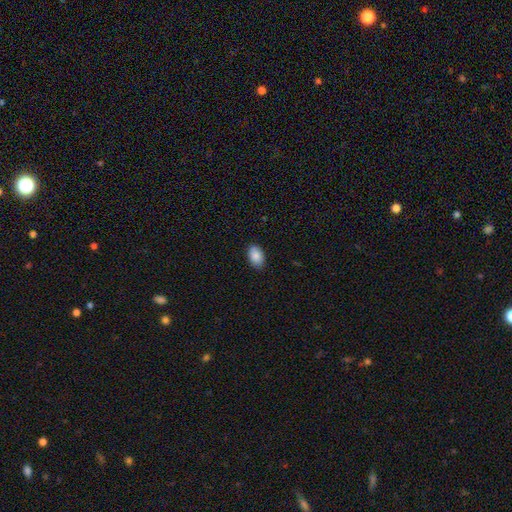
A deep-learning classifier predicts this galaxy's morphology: Smooth or featured?
  - smooth: 87% *
  - star or artifact: 7%
  - featured or disk: 6%
How rounded?
  - in between: 92% *
  - round: 6%
  - cigar-shaped: 1%
Merging?
  - none: 87% *
  - minor disturbance: 10%
  - major disturbance: 2%
  - merger: 1%